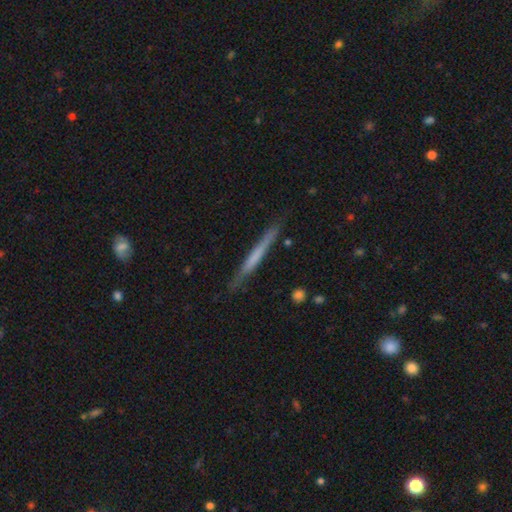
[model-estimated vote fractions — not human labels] Overall: smooth (48%; featured or disk 46%). Merging: none (85%).